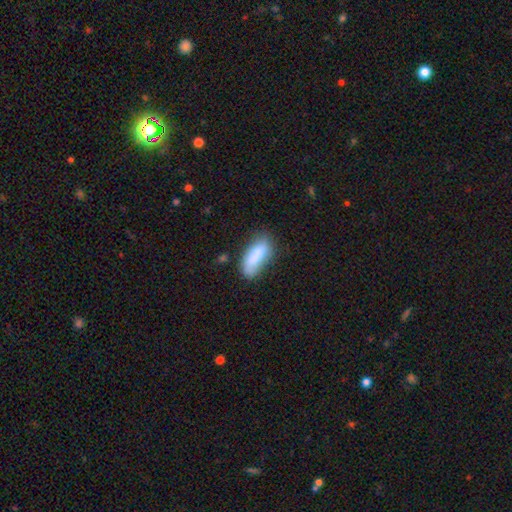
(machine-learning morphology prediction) The model was most divided on "merging": none: 56%, minor disturbance: 27%, major disturbance: 9%, merger: 7%. More confident: smooth or featured — smooth (79%); how rounded — in between (70%).